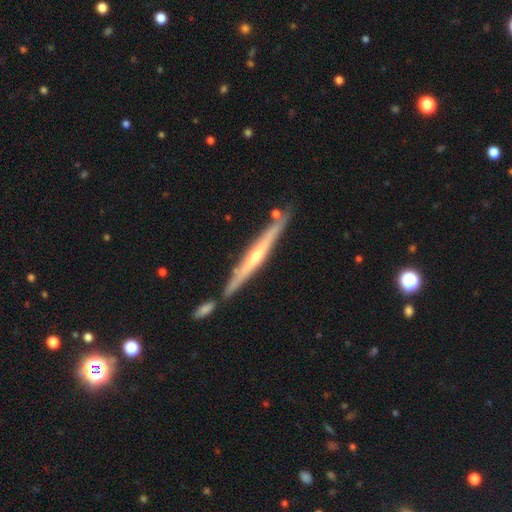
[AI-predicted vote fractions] This appears to be a featured or disk galaxy (74%) viewed edge-on (95%) with a rounded central bulge (68%). Merging: none (77%).